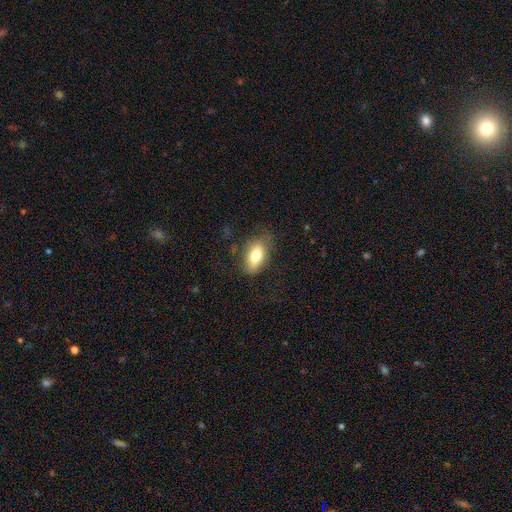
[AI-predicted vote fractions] The model was most divided on "merging": none: 74%, minor disturbance: 19%, major disturbance: 6%, merger: 1%. More confident: how rounded — in between (88%); smooth or featured — smooth (75%).